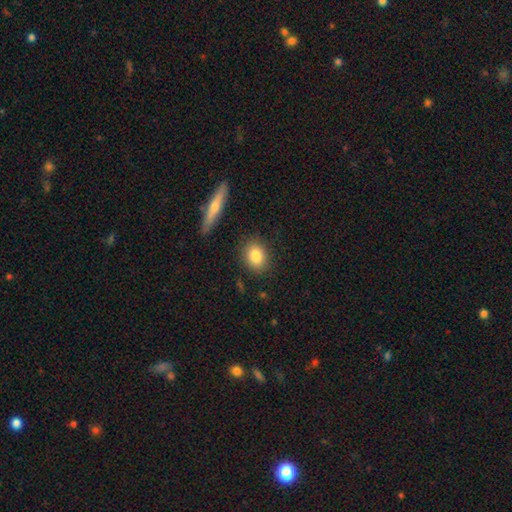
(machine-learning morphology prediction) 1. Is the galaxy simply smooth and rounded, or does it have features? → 83% smooth, 9% featured or disk, 8% star or artifact.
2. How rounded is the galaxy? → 50% in between, 47% round, 3% cigar-shaped.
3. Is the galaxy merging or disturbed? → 86% none, 9% minor disturbance, 3% major disturbance, 2% merger.